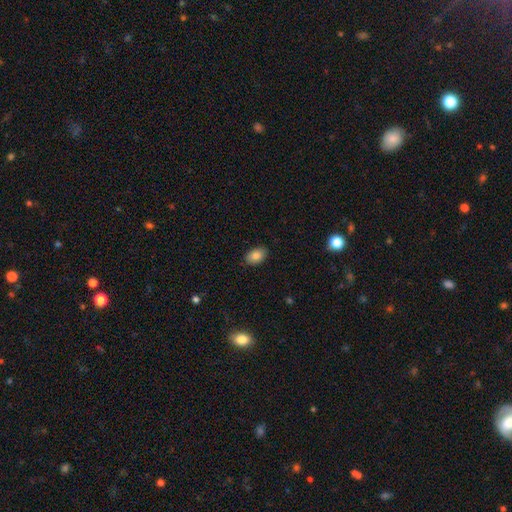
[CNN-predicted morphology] smooth 85%, star or artifact 8%, featured or disk 7%. Down the decision tree: how rounded — in between (88%); merging — none (87%).